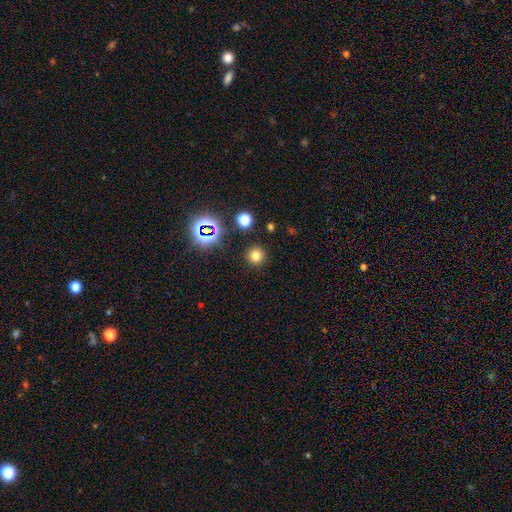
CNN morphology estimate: Smooth or featured?
  - smooth: 73% *
  - star or artifact: 20%
  - featured or disk: 7%
How rounded?
  - round: 94% *
  - in between: 5%
  - cigar-shaped: 1%
Merging?
  - none: 90% *
  - minor disturbance: 6%
  - major disturbance: 3%
  - merger: 2%